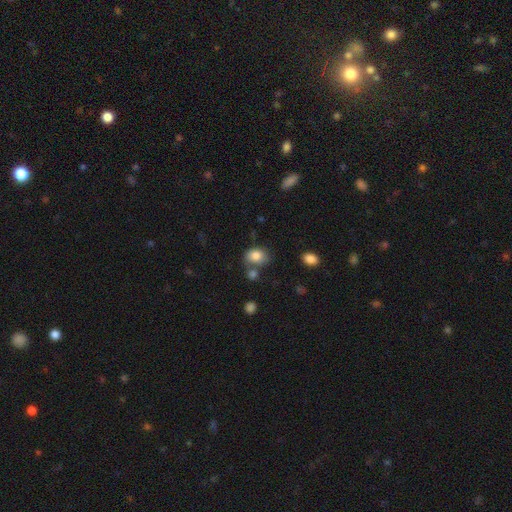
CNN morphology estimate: A smooth galaxy with no disk features (82%) that is in between round and cigar-shaped (63%). Merging: none (59%).